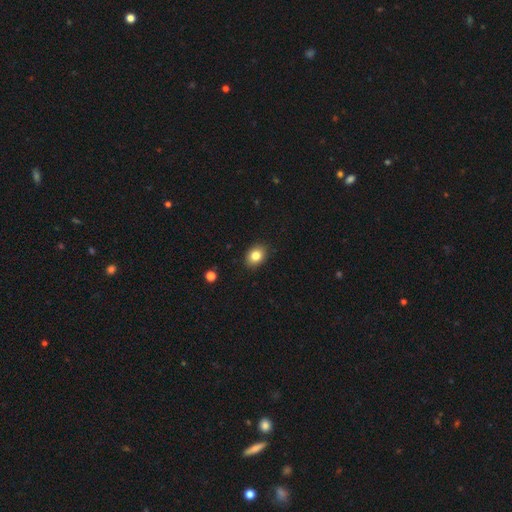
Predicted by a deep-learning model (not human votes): The model was most divided on "how rounded": in between: 62%, round: 37%, cigar-shaped: 1%. More confident: merging — none (89%); smooth or featured — smooth (83%).